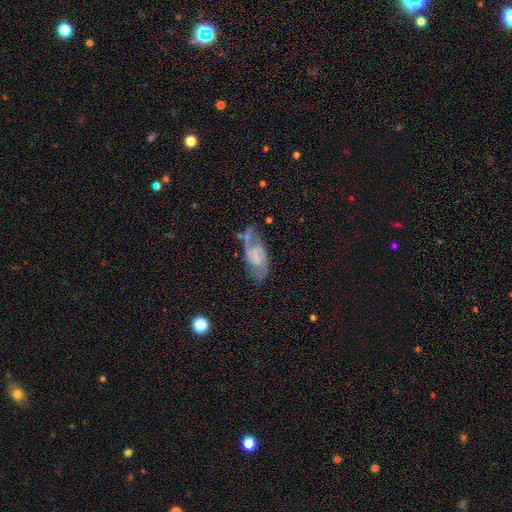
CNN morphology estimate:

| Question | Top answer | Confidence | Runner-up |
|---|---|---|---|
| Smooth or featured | featured or disk | 79% | smooth (13%) |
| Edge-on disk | no | 96% | yes (4%) |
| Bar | weak | 46% | no (38%) |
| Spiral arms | yes | 94% | no (6%) |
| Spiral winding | medium | 51% | tight (25%) |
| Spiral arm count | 2 | 86% | can't tell (6%) |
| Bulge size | none | 54% | small (30%) |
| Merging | none | 57% | minor disturbance (23%) |